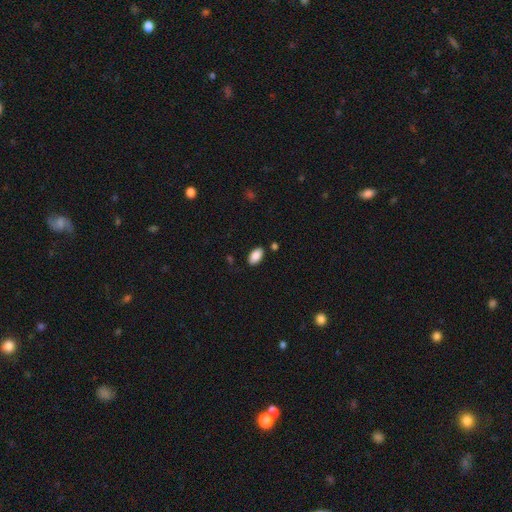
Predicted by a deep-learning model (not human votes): A smooth galaxy with no disk features (89%) that is in between round and cigar-shaped (94%). Merging: none (84%).